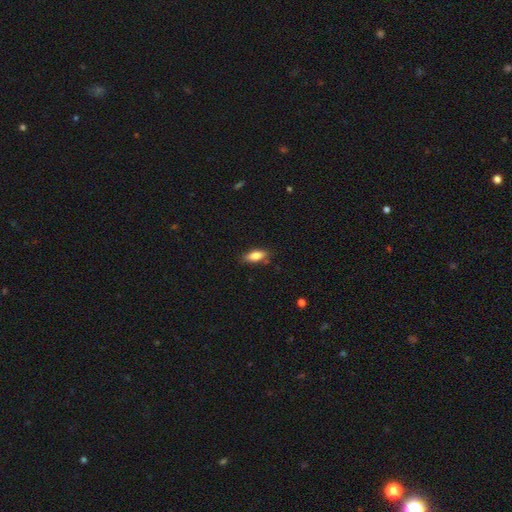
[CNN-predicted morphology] A smooth galaxy with no disk features (80%) that is in between round and cigar-shaped (74%).

Vote fractions:
- Smooth or featured? smooth: 80% / featured or disk: 13% / star or artifact: 7%
- How rounded? in between: 74% / cigar-shaped: 24% / round: 2%
- Merging? none: 82% / minor disturbance: 14% / major disturbance: 3% / merger: 2%